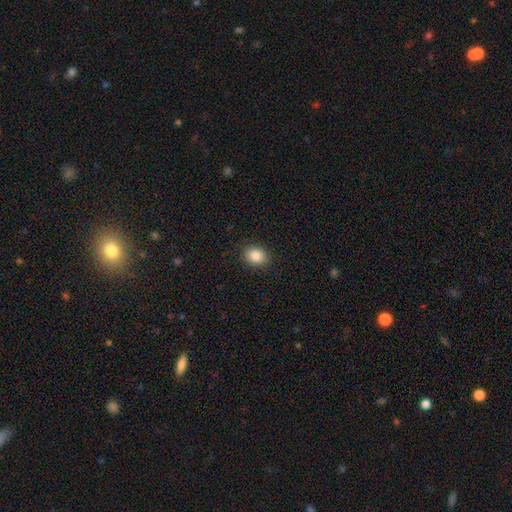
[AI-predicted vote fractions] Smooth or featured? Predicted: smooth (p=0.85). How rounded? Predicted: round (p=0.58). Merging? Predicted: none (p=0.89).